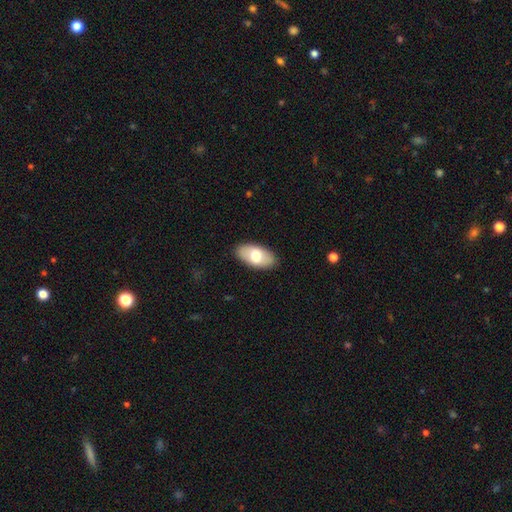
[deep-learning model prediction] Overall: smooth (69%). How rounded: in between (94%). Merging: none (88%).